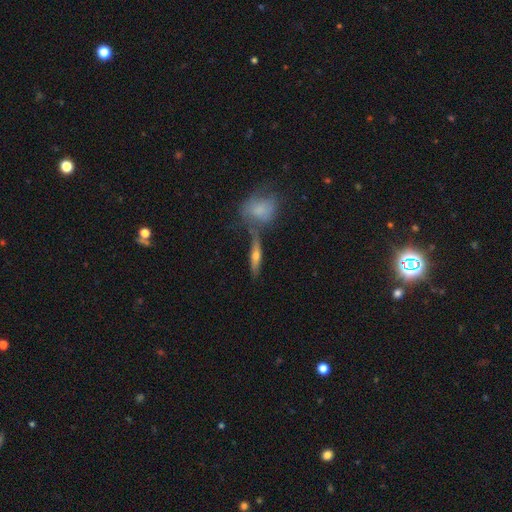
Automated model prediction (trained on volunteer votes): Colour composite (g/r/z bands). It shows a featured or disk galaxy (53%) viewed edge-on (89%). Merging: none (68%).